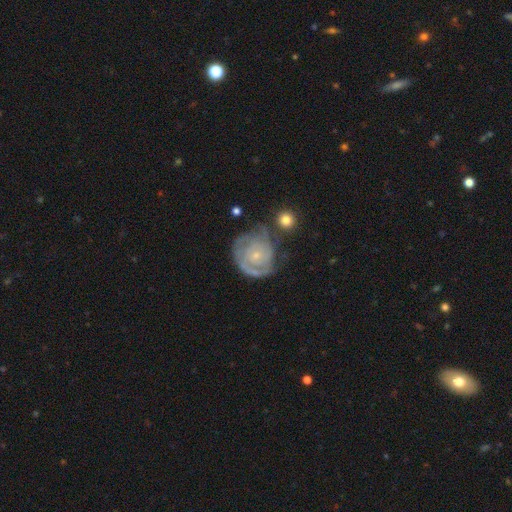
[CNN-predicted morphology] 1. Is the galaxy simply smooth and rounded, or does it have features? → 79% featured or disk, 15% smooth, 6% star or artifact.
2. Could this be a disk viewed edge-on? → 98% no, 2% yes.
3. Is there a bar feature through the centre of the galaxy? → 80% no, 17% weak, 3% strong.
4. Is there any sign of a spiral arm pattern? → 90% yes, 10% no.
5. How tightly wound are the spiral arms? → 72% tight, 22% medium, 6% loose.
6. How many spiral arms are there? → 39% can't tell, 23% 2, 20% 3, 7% 1, 7% 4, 5% more than 4.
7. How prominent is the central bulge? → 77% small, 17% moderate, 3% none, 1% large, 1% dominant.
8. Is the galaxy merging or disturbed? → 58% none, 22% minor disturbance, 12% major disturbance, 7% merger.